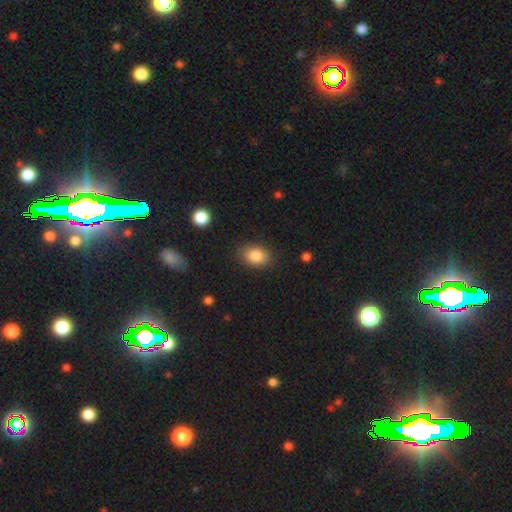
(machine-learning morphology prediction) smooth-or-featured: smooth: 85% | star or artifact: 8% | featured or disk: 6%
  how-rounded: in between: 76% | round: 23% | cigar-shaped: 1%
  merging: none: 85% | minor disturbance: 11% | major disturbance: 3% | merger: 1%